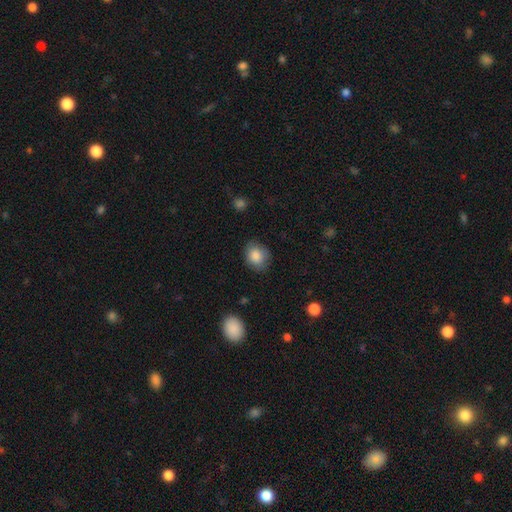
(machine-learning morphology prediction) smooth_or_featured: smooth (p=0.85) [alt: star or artifact p=0.08]
how_rounded: round (p=0.54) [alt: in between p=0.45]
merging: none (p=0.78) [alt: minor disturbance p=0.17]